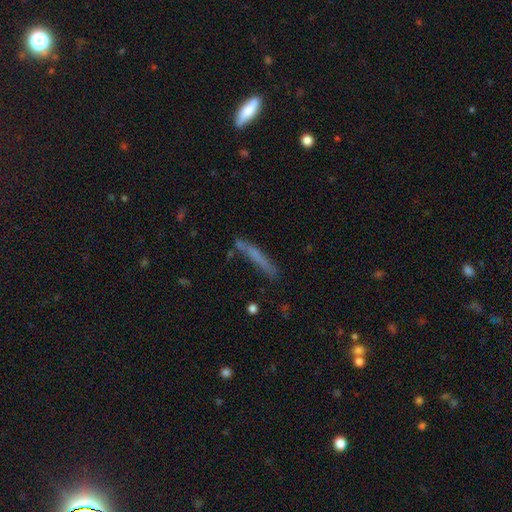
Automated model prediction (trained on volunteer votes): A smooth galaxy with no disk features (60%) that is cigar-shaped (94%). Merging: none (75%).